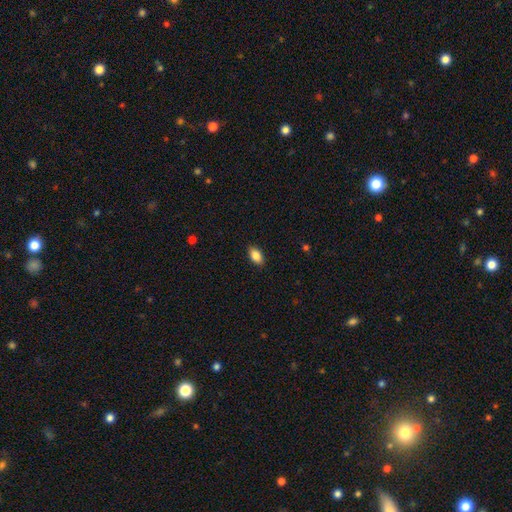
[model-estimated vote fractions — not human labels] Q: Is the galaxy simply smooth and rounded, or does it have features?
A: smooth — 87%.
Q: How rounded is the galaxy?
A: in between — 91%.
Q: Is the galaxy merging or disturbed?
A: none — 88%.